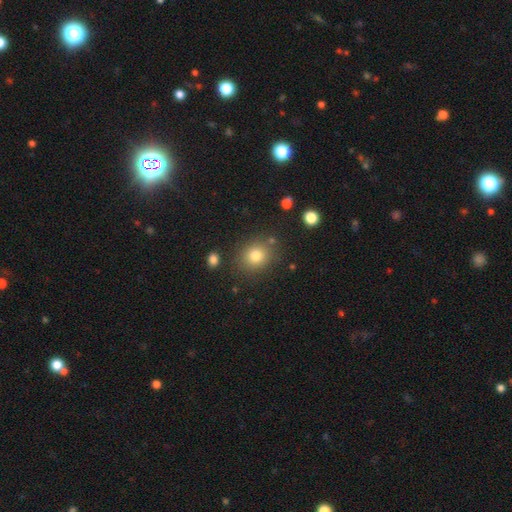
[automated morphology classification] Smooth or featured?
  - smooth: 80% *
  - star or artifact: 12%
  - featured or disk: 8%
How rounded?
  - round: 73% *
  - in between: 27%
  - cigar-shaped: 1%
Merging?
  - none: 82% *
  - minor disturbance: 10%
  - merger: 4%
  - major disturbance: 4%